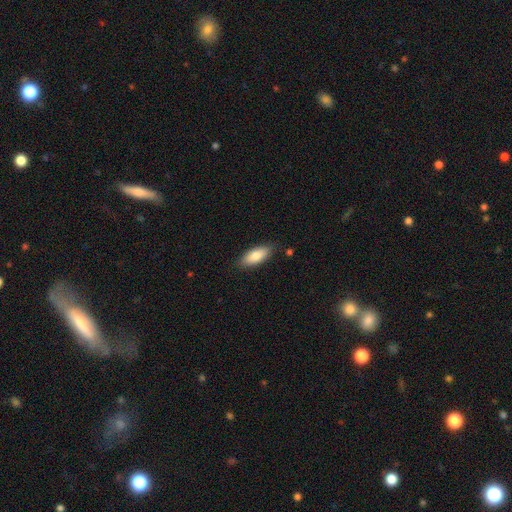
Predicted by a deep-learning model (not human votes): Overall: smooth (82%). How rounded: in between (81%). Merging: none (83%).